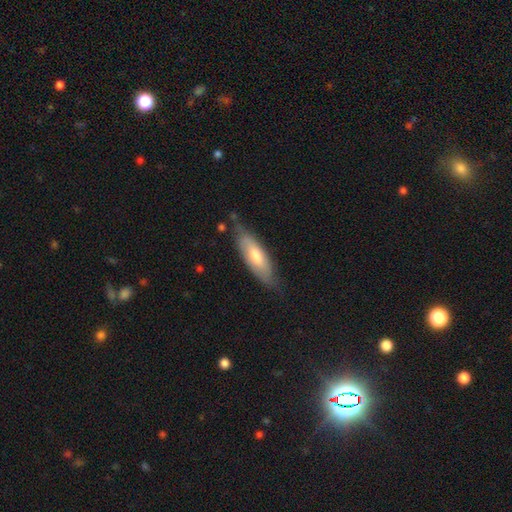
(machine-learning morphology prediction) Overall: smooth (57%; featured or disk 37%). How rounded: in between (49%, tied with cigar-shaped). Merging: none (71%).